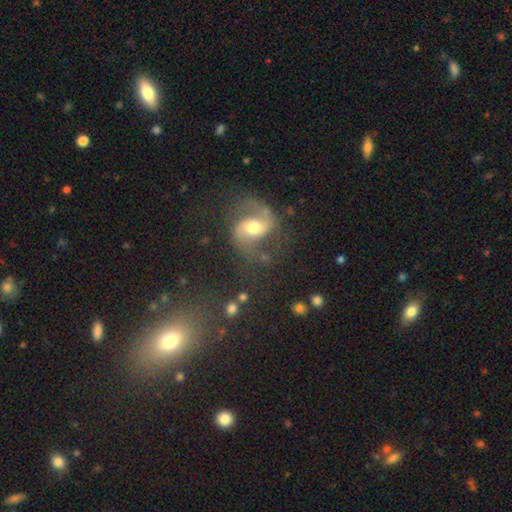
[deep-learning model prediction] This appears to be a featured or disk galaxy (85%) with a weak bar (44%), 2 (92%) medium (53%) spiral arms (95%) and a moderate central bulge (65%). Merging: none (73%).